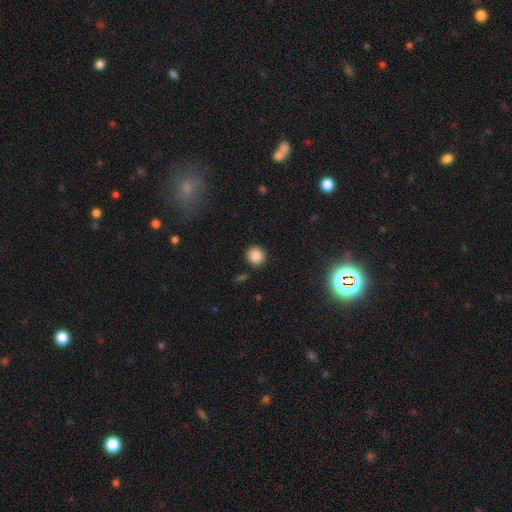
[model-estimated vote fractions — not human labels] Morphology: type=smooth (86%); roundness=round (92%); merging=none (90%).